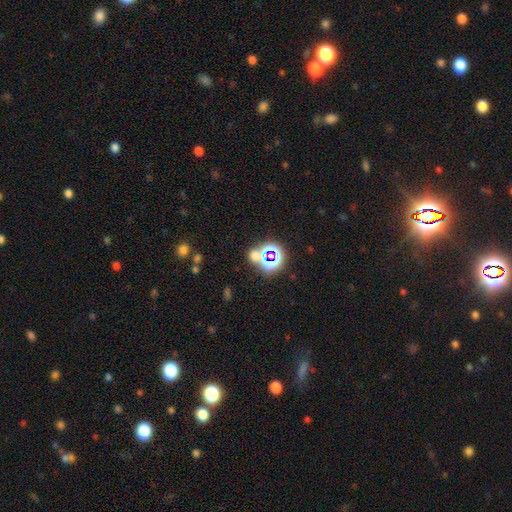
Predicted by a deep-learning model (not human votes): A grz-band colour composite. It shows a star or artifact, not a galaxy (49%).